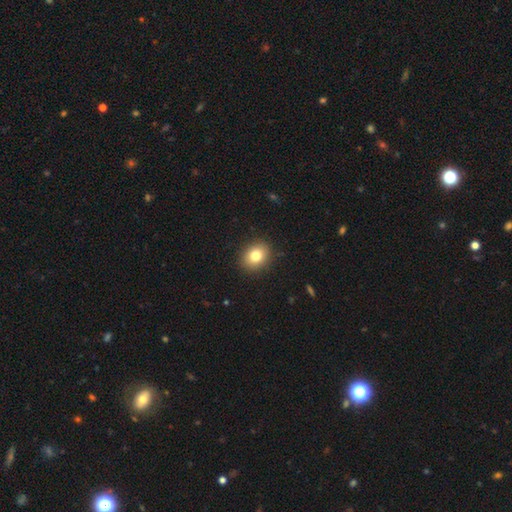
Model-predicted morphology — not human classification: Q: Smooth or featured?
A: smooth (80%); runner-up: star or artifact (10%)
Q: How rounded?
A: round (55%); runner-up: in between (44%)
Q: Merging?
A: none (90%); runner-up: minor disturbance (7%)